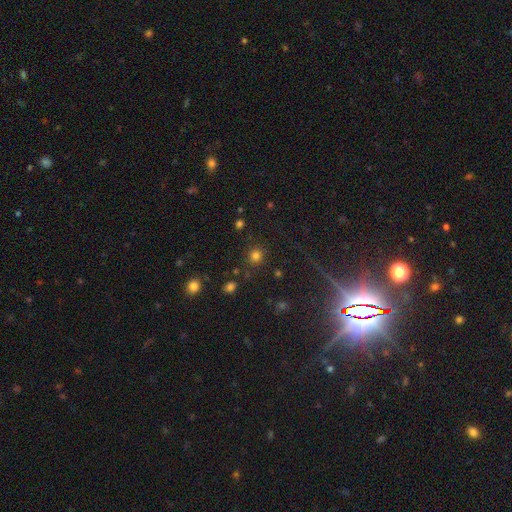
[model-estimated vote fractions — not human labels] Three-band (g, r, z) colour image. It shows a smooth galaxy with no disk features (77%) that is round (92%). Merging: none (87%).